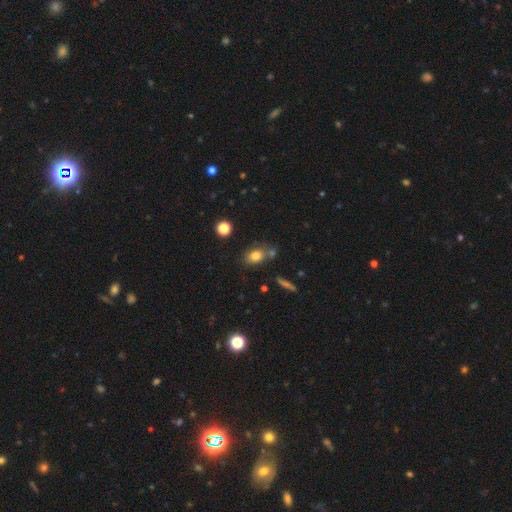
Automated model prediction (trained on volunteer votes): A smooth galaxy with no disk features (79%) that is in between round and cigar-shaped (73%). Merging: none (65%).